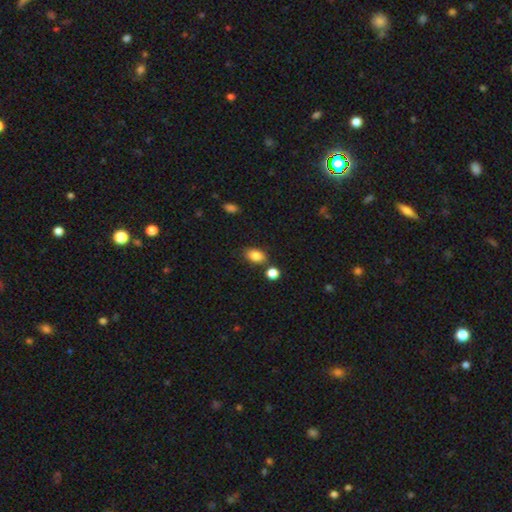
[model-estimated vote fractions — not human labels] Morphology: type=smooth (85%); roundness=in between (85%); merging=none (76%).